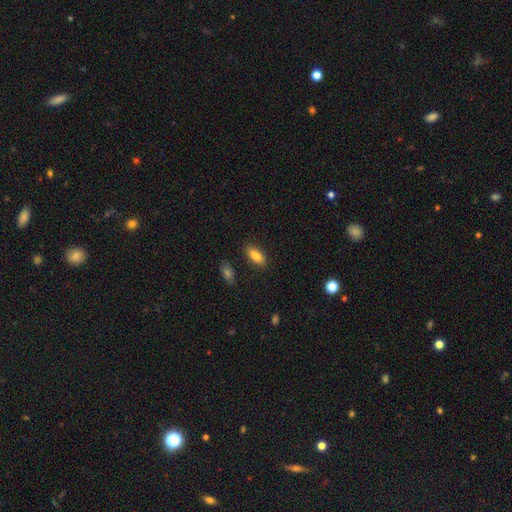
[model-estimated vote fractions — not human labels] Smooth or featured: smooth — 84% (featured or disk — 8%)
How rounded: in between — 85% (cigar-shaped — 12%)
Merging: none — 86% (minor disturbance — 9%)